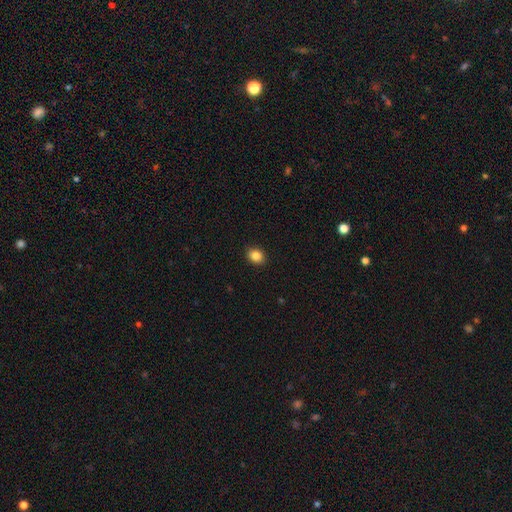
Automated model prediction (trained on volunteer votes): Smooth or featured: smooth — 86% (star or artifact — 10%)
How rounded: round — 51% (in between — 48%)
Merging: none — 91% (minor disturbance — 7%)